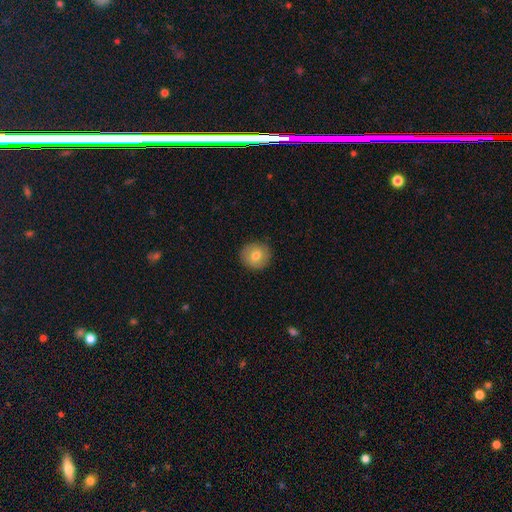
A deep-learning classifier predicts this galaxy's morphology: Overall: smooth (75%). How rounded: round (89%). Merging: none (89%).